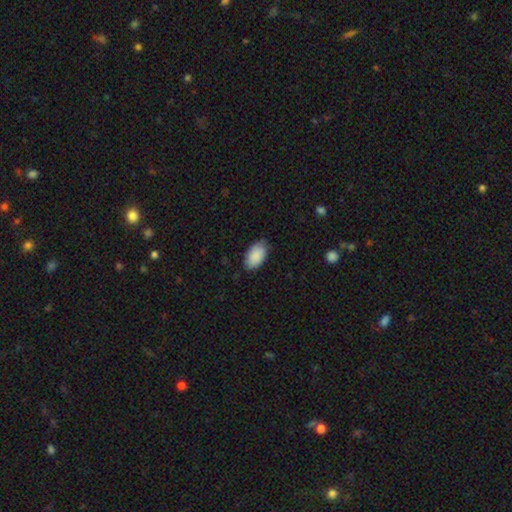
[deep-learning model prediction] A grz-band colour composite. It shows a smooth galaxy with no disk features (90%) that is in between round and cigar-shaped (95%). Merging: none (78%).